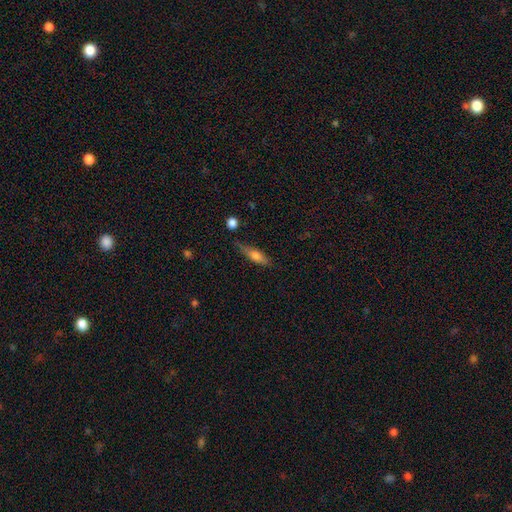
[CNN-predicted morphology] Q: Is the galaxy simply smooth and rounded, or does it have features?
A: smooth — 60%.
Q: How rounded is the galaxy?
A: cigar-shaped — 58%.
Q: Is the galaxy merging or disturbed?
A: none — 65%.